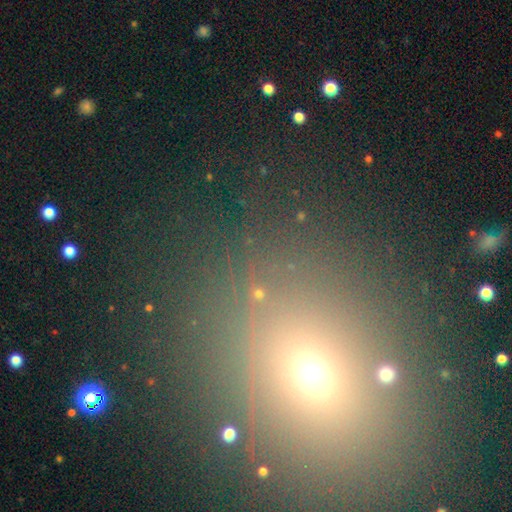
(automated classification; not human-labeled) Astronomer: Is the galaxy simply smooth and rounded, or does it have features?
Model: smooth — 46% (runner-up: star or artifact, 44%).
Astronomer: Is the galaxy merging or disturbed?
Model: none — 81%.